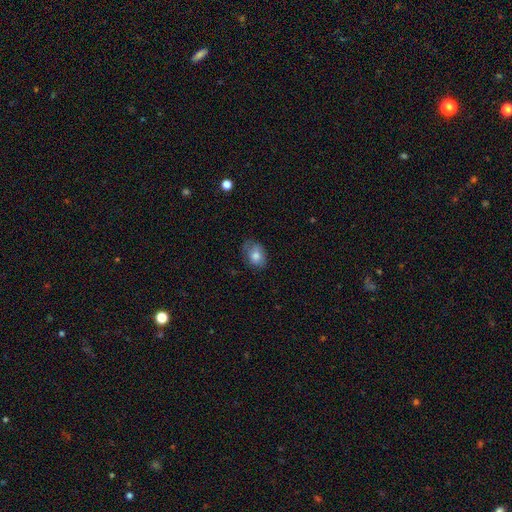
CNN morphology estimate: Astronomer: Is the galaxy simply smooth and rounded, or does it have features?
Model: smooth — 77%.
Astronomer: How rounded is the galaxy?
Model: in between — 71%.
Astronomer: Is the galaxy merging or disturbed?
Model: none — 65%.